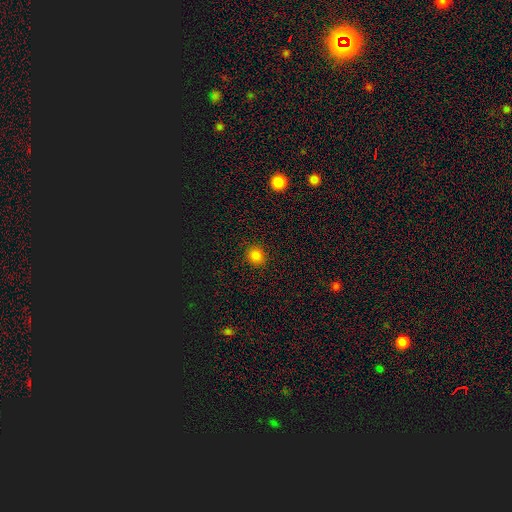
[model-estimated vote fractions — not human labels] smooth 82%, star or artifact 14%, featured or disk 4%. Down the decision tree: how rounded — round (82%); merging — none (90%).